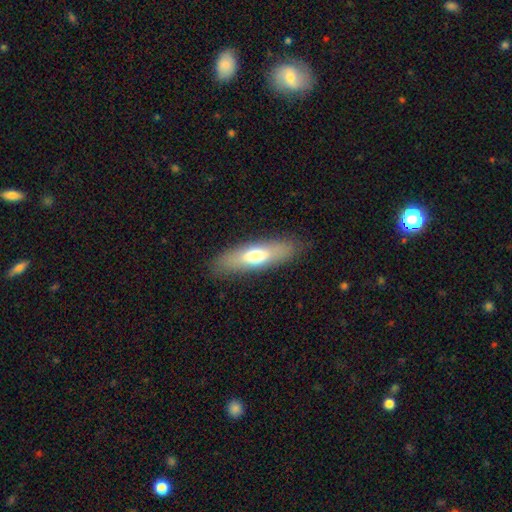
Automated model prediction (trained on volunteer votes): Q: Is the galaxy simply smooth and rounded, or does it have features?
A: smooth — 63%.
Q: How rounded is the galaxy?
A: in between — 51%.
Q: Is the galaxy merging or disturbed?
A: none — 85%.